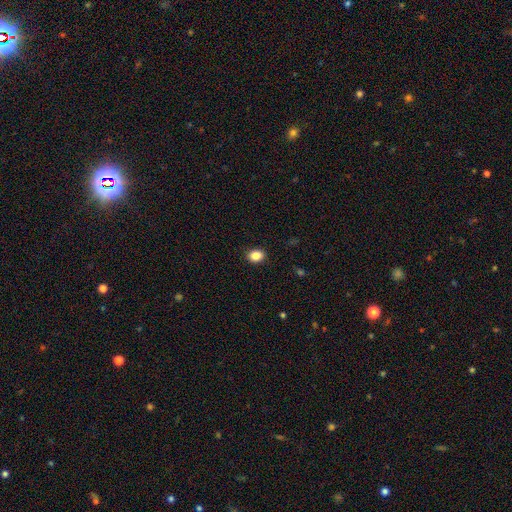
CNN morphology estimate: Smooth or featured: smooth — 87% (star or artifact — 9%)
How rounded: in between — 54% (round — 45%)
Merging: none — 90% (minor disturbance — 7%)